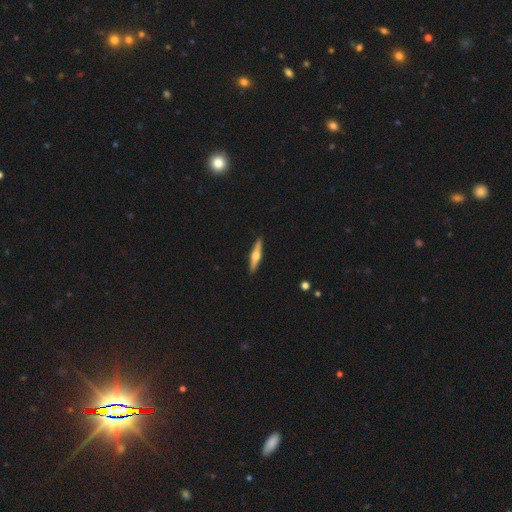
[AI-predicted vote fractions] Smooth or featured? Predicted: featured or disk (p=0.61). Edge-on disk? Predicted: yes (p=0.97). Edge-on bulge? Predicted: rounded (p=0.93). Merging? Predicted: none (p=0.91).